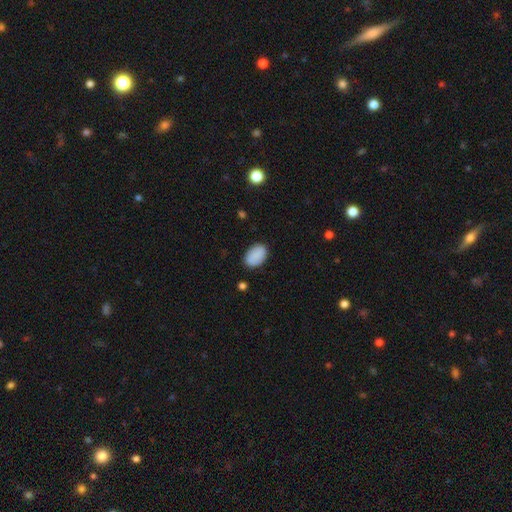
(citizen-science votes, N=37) Smooth or featured: smooth — 89% (featured or disk — 5%)
How rounded: in between — 88% (round — 12%)
Merging: none — 94% (minor disturbance — 3%)